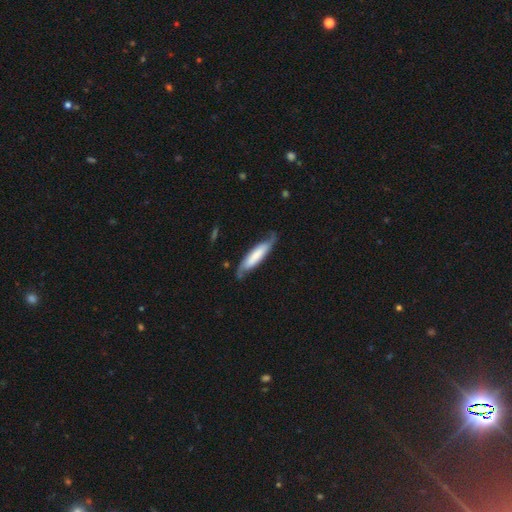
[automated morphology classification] smooth 48%, featured or disk 46%, star or artifact 6%. Down the decision tree: merging — none (64%).